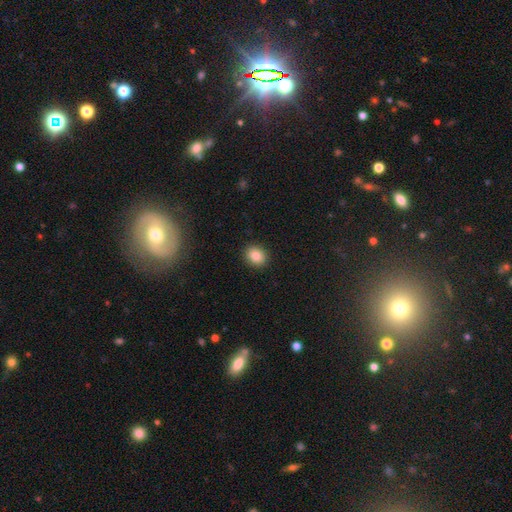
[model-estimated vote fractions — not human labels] Smooth or featured? Predicted: smooth (p=0.86). How rounded? Predicted: round (p=0.63). Merging? Predicted: none (p=0.90).